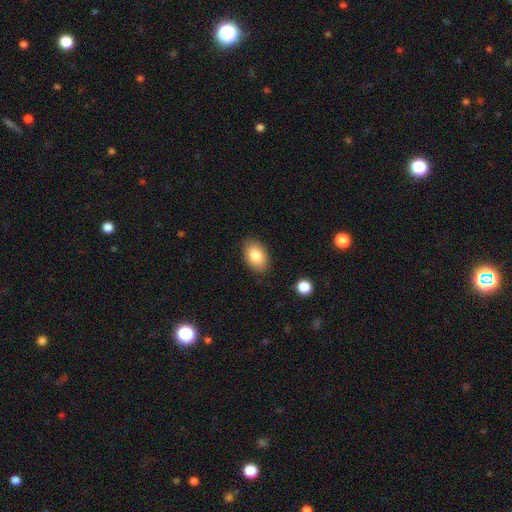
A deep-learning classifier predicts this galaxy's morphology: Smooth or featured? smooth (84%)
How rounded? in between (90%)
Merging? none (87%)